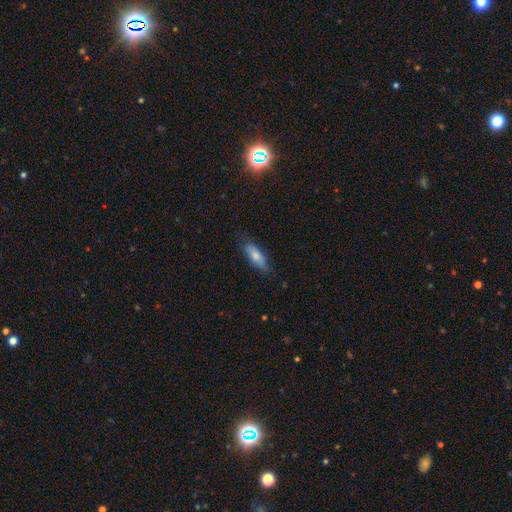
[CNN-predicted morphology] This appears to be a smooth galaxy with no disk features (72%) that is in between round and cigar-shaped (59%). Merging: none (76%).